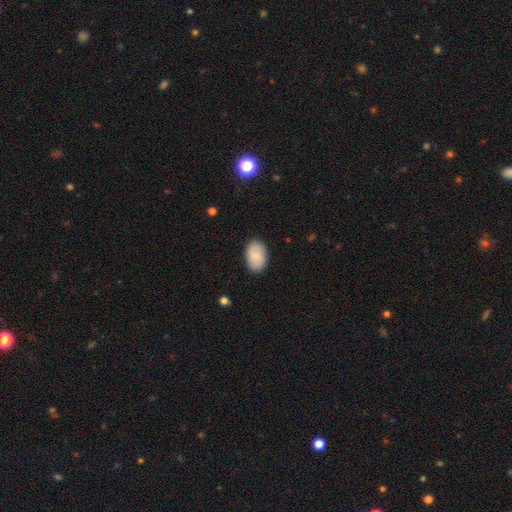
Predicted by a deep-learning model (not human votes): Smooth or featured? Predicted: smooth (p=0.84). How rounded? Predicted: in between (p=0.91). Merging? Predicted: none (p=0.87).